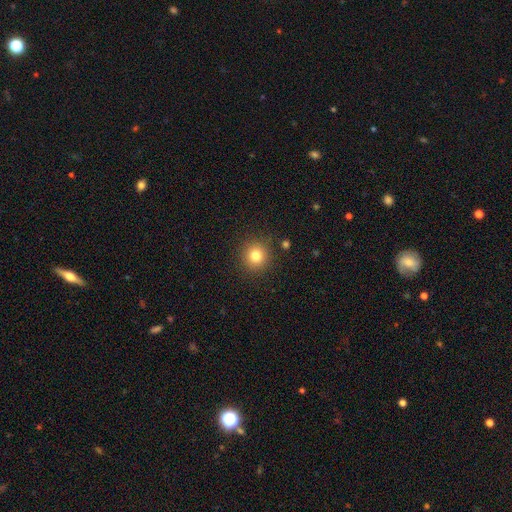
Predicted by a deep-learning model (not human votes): Smooth or featured? Predicted: smooth (p=0.80). How rounded? Predicted: round (p=0.93). Merging? Predicted: none (p=0.89).